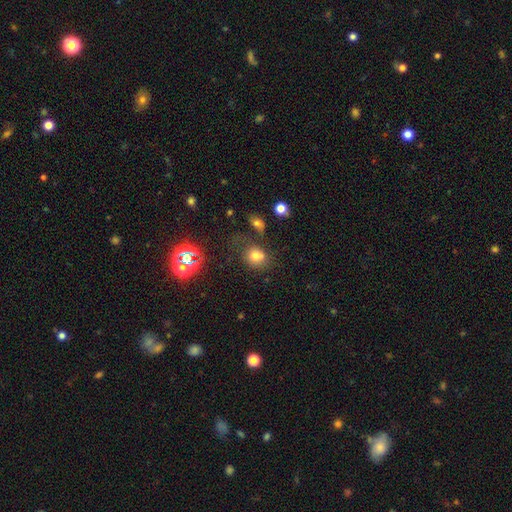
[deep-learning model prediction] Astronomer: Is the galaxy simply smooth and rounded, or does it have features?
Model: smooth — 70%.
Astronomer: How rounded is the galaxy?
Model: round — 64%.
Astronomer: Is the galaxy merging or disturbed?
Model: none — 55%.